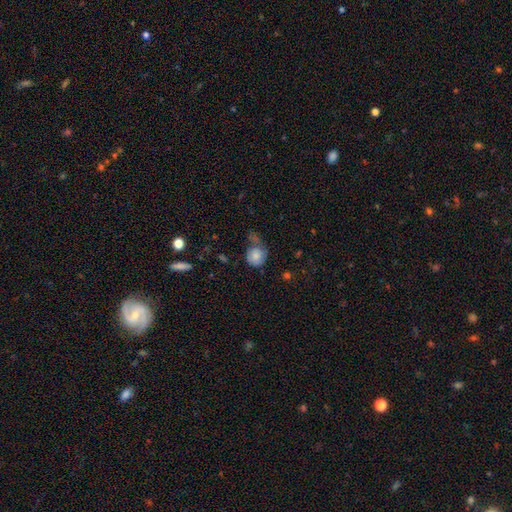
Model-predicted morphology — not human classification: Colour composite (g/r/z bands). It shows a smooth galaxy with no disk features (78%) that is round (79%). Merging: none (43%).